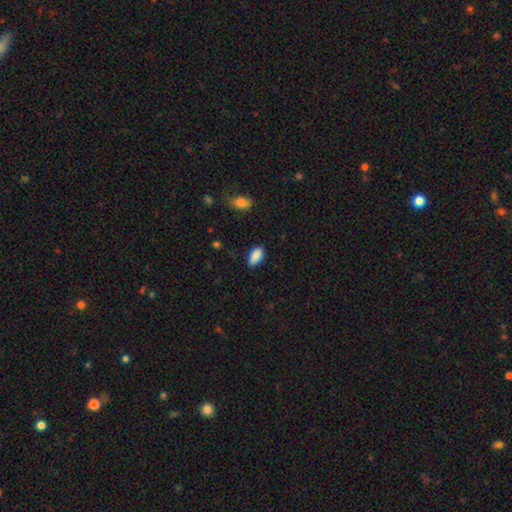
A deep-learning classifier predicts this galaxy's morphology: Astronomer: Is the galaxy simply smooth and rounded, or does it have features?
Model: smooth — 89%.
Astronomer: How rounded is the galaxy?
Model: in between — 90%.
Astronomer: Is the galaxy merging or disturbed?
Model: none — 85%.